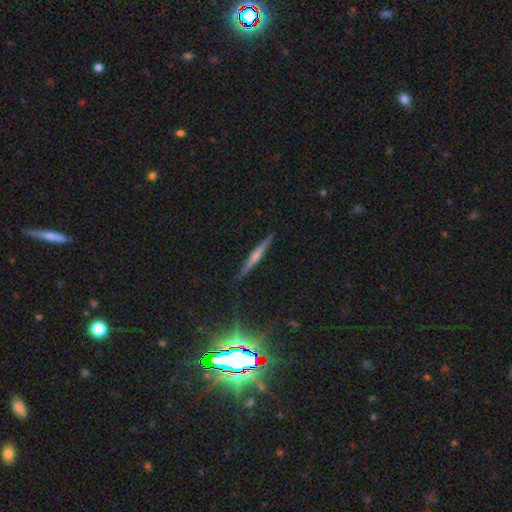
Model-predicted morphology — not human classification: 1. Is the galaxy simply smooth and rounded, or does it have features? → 57% featured or disk, 29% smooth, 14% star or artifact.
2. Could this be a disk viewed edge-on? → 97% yes, 3% no.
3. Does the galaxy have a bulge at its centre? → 62% rounded, 27% none, 11% boxy.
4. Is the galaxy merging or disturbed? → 89% none, 8% minor disturbance, 2% major disturbance, 1% merger.